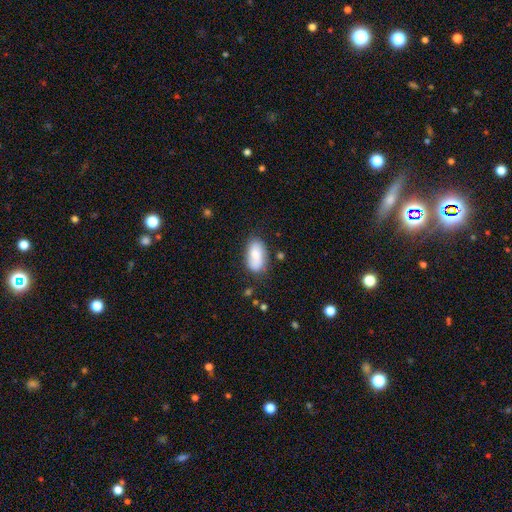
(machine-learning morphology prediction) smooth-or-featured: smooth: 77% | featured or disk: 17% | star or artifact: 7%
  how-rounded: in between: 93% | round: 4% | cigar-shaped: 2%
  merging: none: 70% | minor disturbance: 20% | major disturbance: 5% | merger: 5%